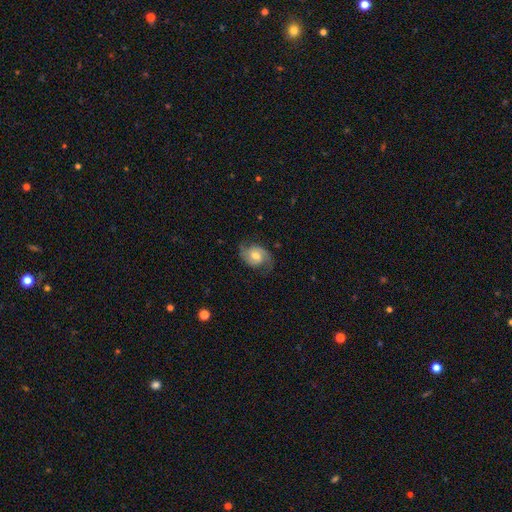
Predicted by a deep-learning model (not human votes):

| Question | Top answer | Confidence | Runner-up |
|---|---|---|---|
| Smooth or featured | featured or disk | 78% | smooth (15%) |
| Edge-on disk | no | 97% | yes (3%) |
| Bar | no | 52% | weak (40%) |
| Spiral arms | yes | 95% | no (5%) |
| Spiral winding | medium | 50% | loose (28%) |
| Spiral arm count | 2 | 89% | can't tell (5%) |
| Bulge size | moderate | 68% | small (21%) |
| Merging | none | 73% | minor disturbance (18%) |